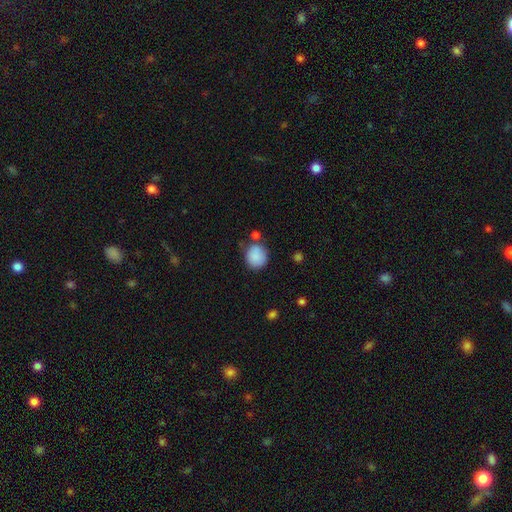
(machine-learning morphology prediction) smooth-or-featured: smooth: 87% | star or artifact: 8% | featured or disk: 5%
  how-rounded: round: 77% | in between: 22% | cigar-shaped: 1%
  merging: none: 66% | minor disturbance: 18% | merger: 10% | major disturbance: 6%